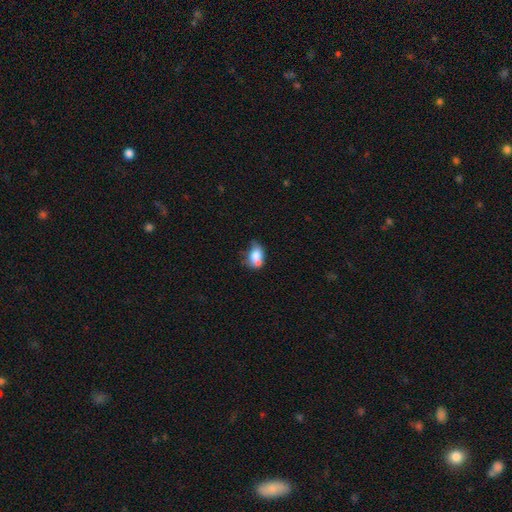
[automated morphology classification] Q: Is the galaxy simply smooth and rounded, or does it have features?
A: smooth — 73%.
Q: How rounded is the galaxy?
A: in between — 80%.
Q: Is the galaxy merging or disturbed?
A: minor disturbance — 32%.